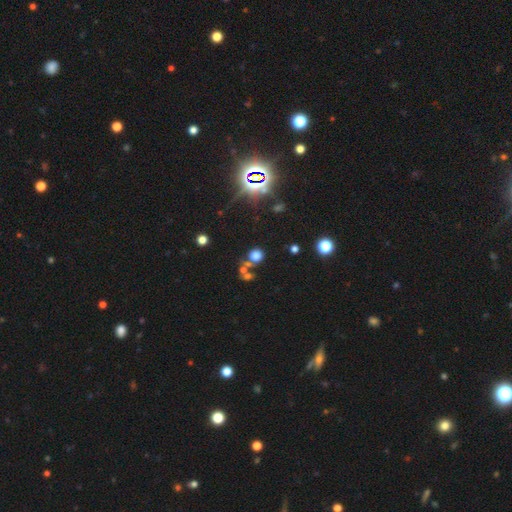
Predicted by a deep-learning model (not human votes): Smooth or featured? Predicted: smooth (p=0.65). How rounded? Predicted: round (p=0.88). Merging? Predicted: none (p=0.65).